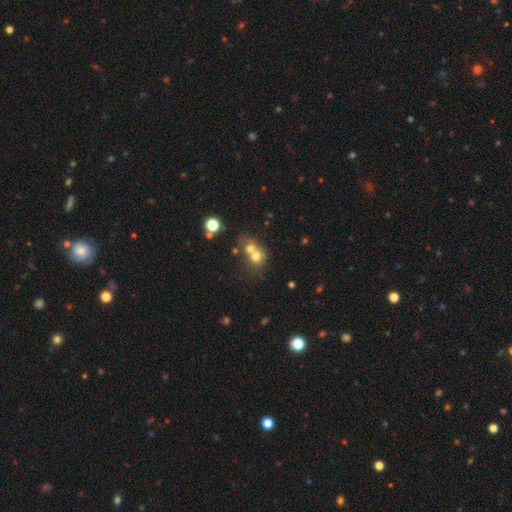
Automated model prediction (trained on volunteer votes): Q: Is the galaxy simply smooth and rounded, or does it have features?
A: smooth — 67%.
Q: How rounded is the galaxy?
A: round — 75%.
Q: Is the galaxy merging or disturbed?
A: merger — 63%.